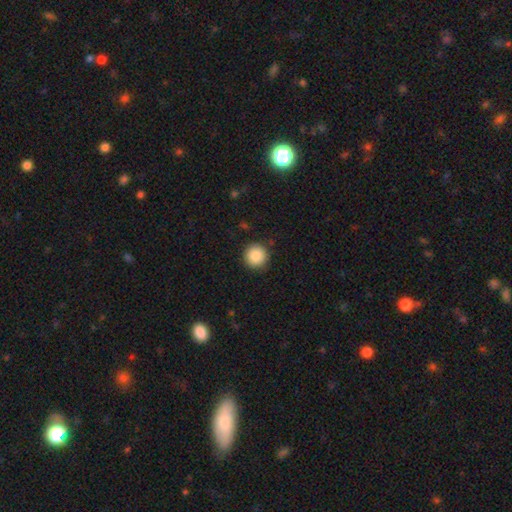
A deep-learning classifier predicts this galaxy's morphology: The model was most divided on "smooth or featured": smooth: 88%, star or artifact: 9%, featured or disk: 3%. More confident: how rounded — round (95%); merging — none (90%).